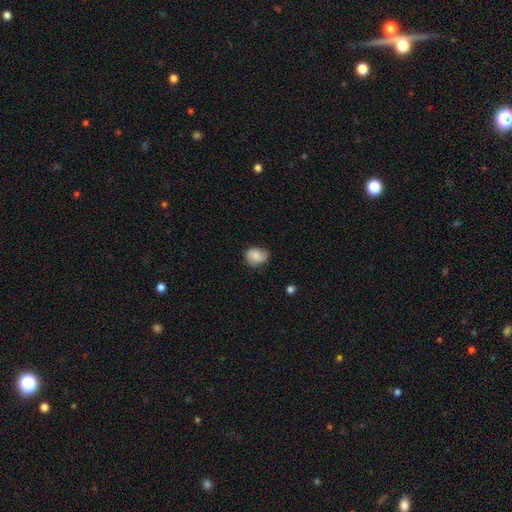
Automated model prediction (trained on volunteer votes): Smooth or featured?
  - smooth: 75% *
  - featured or disk: 17%
  - star or artifact: 8%
How rounded?
  - round: 54% *
  - in between: 45%
  - cigar-shaped: 1%
Merging?
  - none: 63% *
  - minor disturbance: 30%
  - major disturbance: 6%
  - merger: 1%